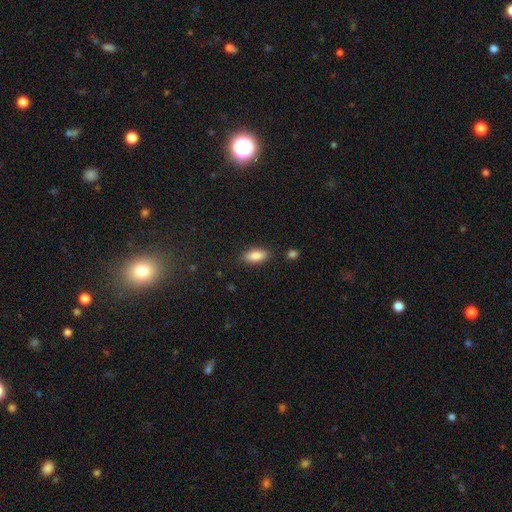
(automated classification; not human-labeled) smooth 86%, star or artifact 7%, featured or disk 7%. Down the decision tree: how rounded — in between (86%); merging — none (84%).